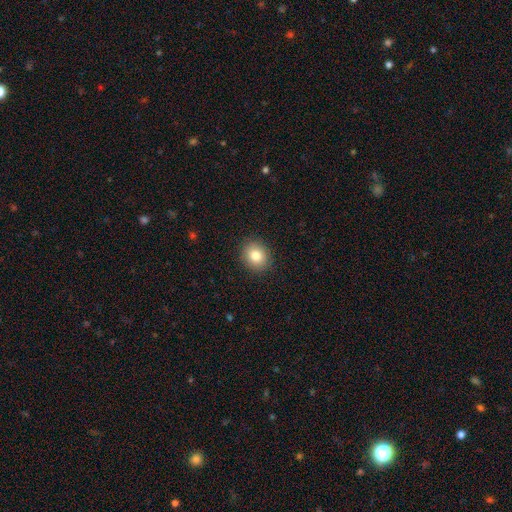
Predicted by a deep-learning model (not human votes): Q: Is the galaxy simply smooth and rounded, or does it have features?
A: smooth — 82%.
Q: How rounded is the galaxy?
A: round — 72%.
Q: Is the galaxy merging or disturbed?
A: none — 90%.